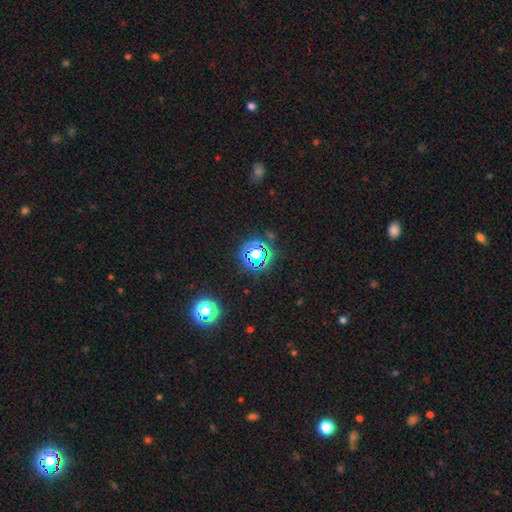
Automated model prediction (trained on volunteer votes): Smooth or featured?
  - star or artifact: 69% *
  - smooth: 22%
  - featured or disk: 9%